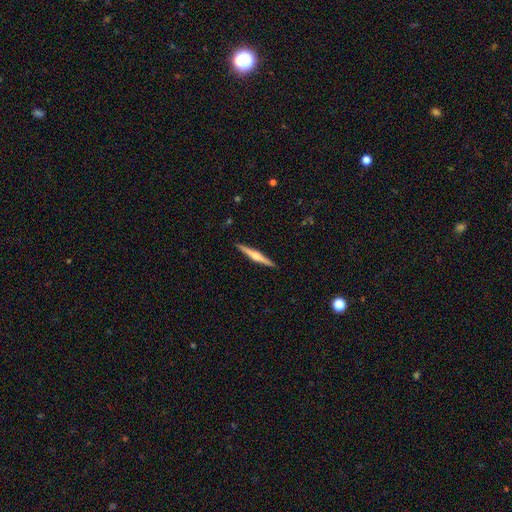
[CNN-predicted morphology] This is likely a featured or disk galaxy (68%). It is clearly viewed edge-on (98%). Edge-on bulge: clearly rounded (83%). Merging: clearly none (92%).